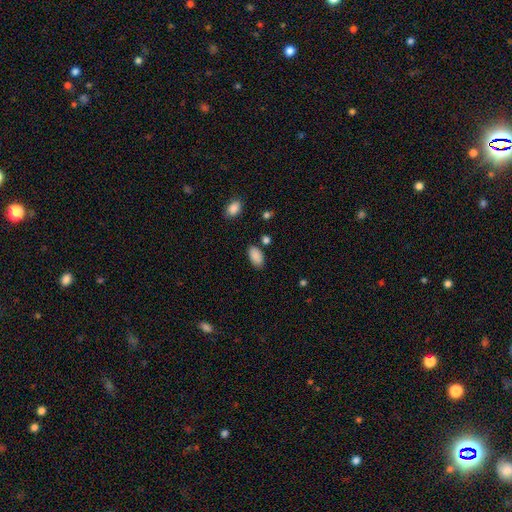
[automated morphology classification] A smooth galaxy with no disk features (88%) that is in between round and cigar-shaped (94%).

Vote fractions:
- Smooth or featured? smooth: 88% / star or artifact: 8% / featured or disk: 4%
- How rounded? in between: 94% / round: 4% / cigar-shaped: 2%
- Merging? none: 82% / minor disturbance: 11% / merger: 3% / major disturbance: 3%